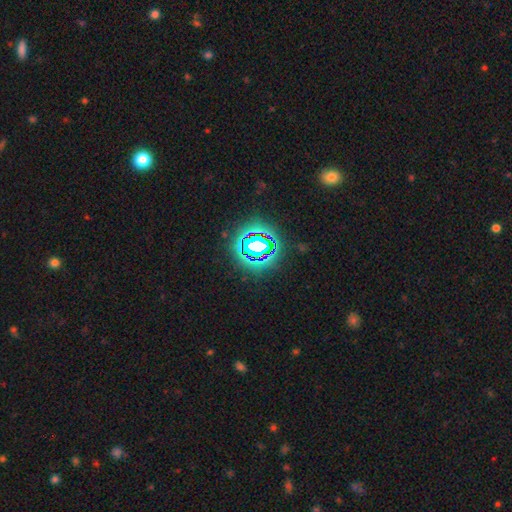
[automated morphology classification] star or artifact 73%, smooth 16%, featured or disk 11%.